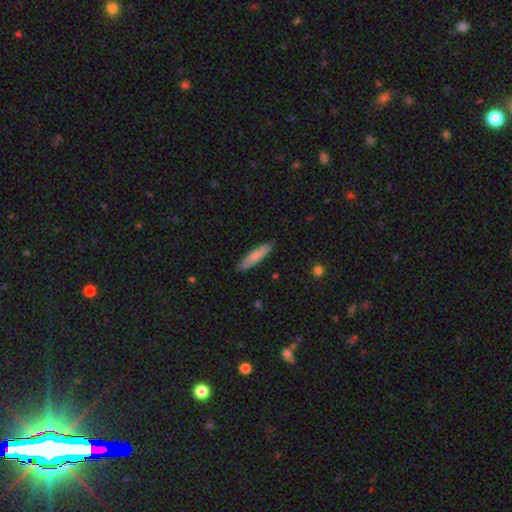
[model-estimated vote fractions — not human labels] Smooth or featured?
  - smooth: 79% *
  - featured or disk: 16%
  - star or artifact: 5%
How rounded?
  - cigar-shaped: 83% *
  - in between: 16%
  - round: 1%
Merging?
  - none: 88% *
  - minor disturbance: 9%
  - major disturbance: 2%
  - merger: 1%